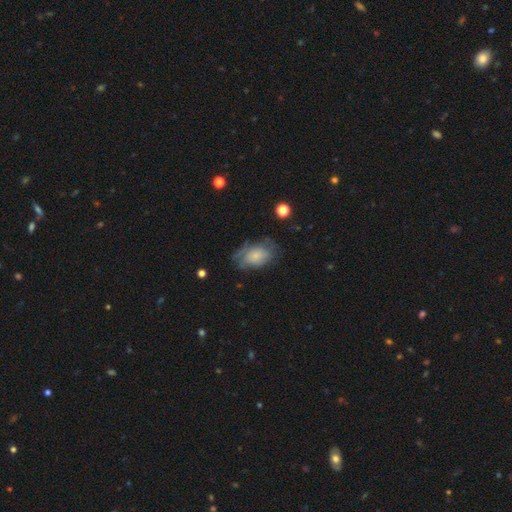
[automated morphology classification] This is possibly a smooth galaxy (56%). How rounded: clearly in between (85%). Merging: possibly none (49%).